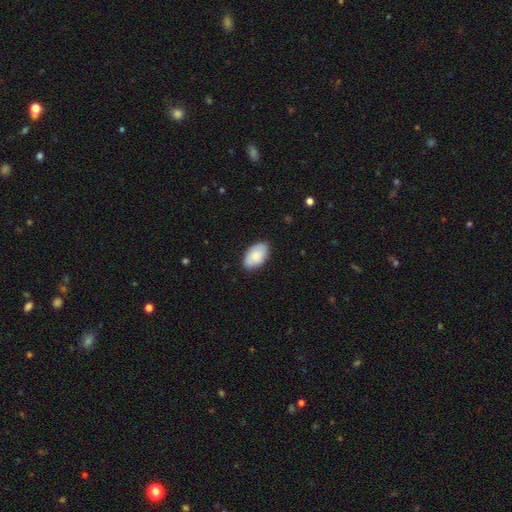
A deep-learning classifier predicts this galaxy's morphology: A smooth galaxy with no disk features (84%) that is in between round and cigar-shaped (95%). Merging: none (83%).